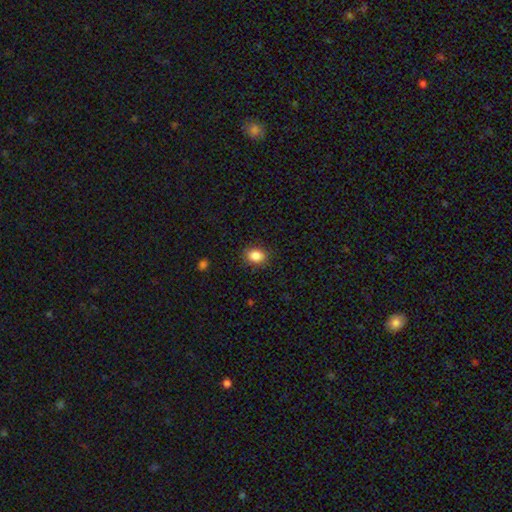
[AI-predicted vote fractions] Q: Smooth or featured?
A: smooth (86%); runner-up: star or artifact (9%)
Q: How rounded?
A: in between (57%); runner-up: round (42%)
Q: Merging?
A: none (86%); runner-up: minor disturbance (10%)